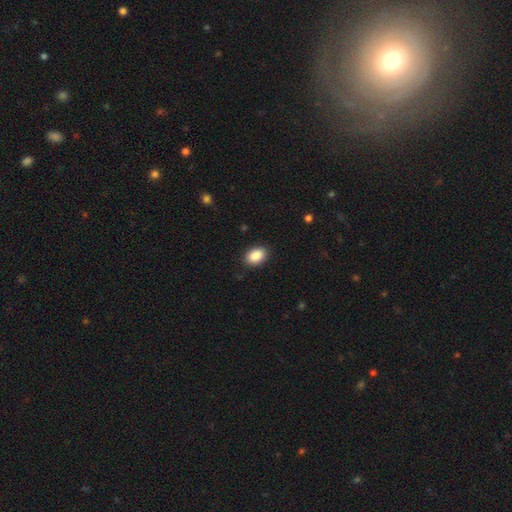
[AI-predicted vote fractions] smooth-or-featured: smooth: 89% | star or artifact: 7% | featured or disk: 3%
  how-rounded: in between: 85% | round: 14% | cigar-shaped: 1%
  merging: none: 88% | minor disturbance: 9% | major disturbance: 2% | merger: 1%